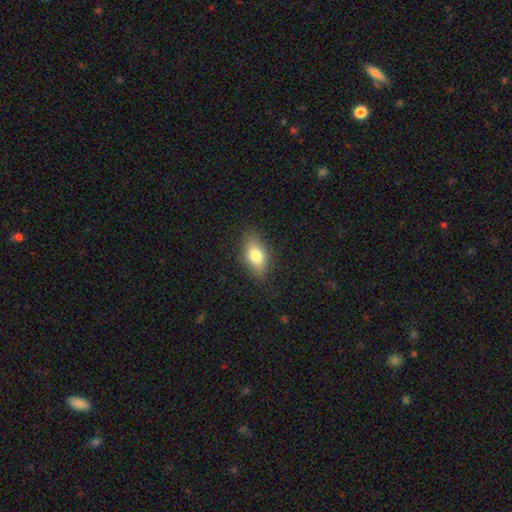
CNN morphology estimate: This is likely a smooth galaxy (77%). How rounded: clearly in between (85%). Merging: clearly none (82%).